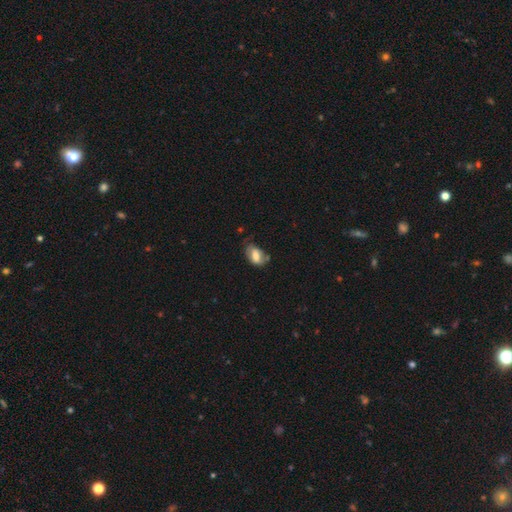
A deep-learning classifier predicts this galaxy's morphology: This appears to be a smooth galaxy with no disk features (66%) that is in between round and cigar-shaped (89%). Merging: none (40%).